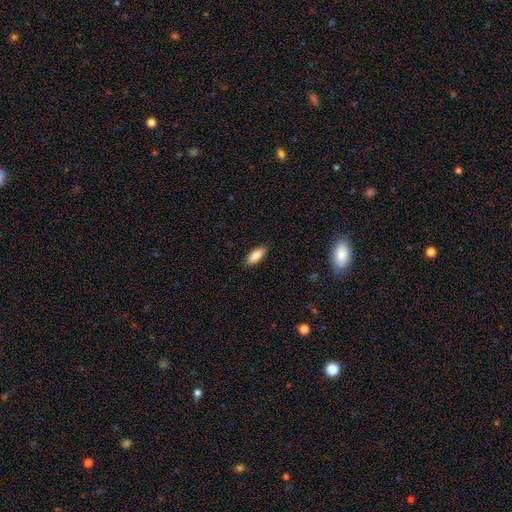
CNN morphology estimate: Smooth or featured: smooth — 86% (featured or disk — 8%)
How rounded: in between — 86% (cigar-shaped — 12%)
Merging: none — 88% (minor disturbance — 9%)